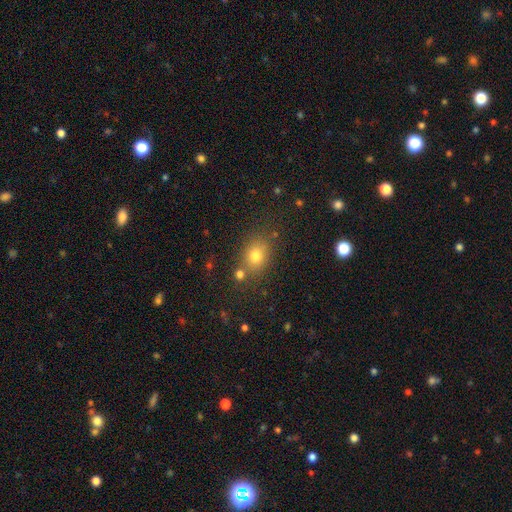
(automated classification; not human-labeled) The model was most divided on "how rounded": in between: 54%, round: 45%, cigar-shaped: 1%. More confident: smooth or featured — smooth (75%); merging — none (73%).